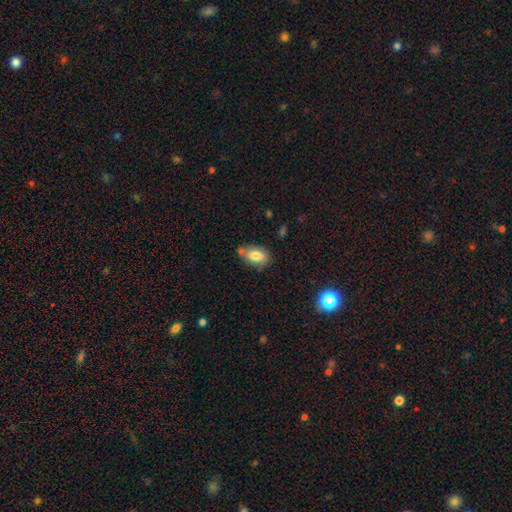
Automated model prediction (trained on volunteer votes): The model was most divided on "merging": none: 66%, minor disturbance: 19%, merger: 11%, major disturbance: 4%. More confident: how rounded — in between (89%); smooth or featured — smooth (79%).